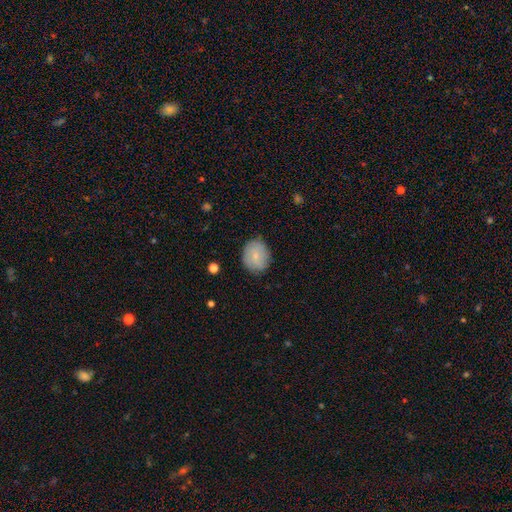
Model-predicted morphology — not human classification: This appears to be a smooth galaxy with no disk features (72%) that is round (63%). Merging: none (80%).